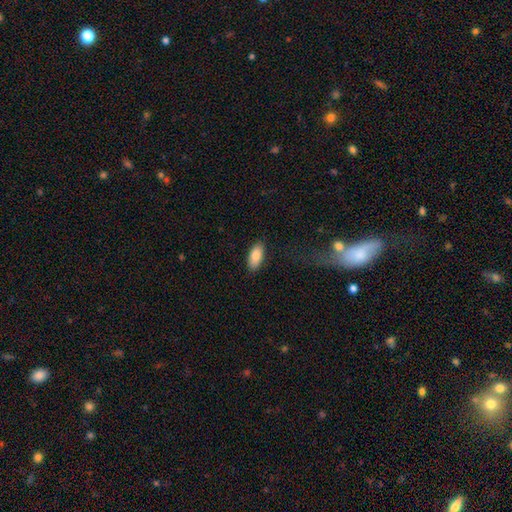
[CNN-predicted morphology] A smooth galaxy with no disk features (85%) that is in between round and cigar-shaped (90%).

Vote fractions:
- Smooth or featured? smooth: 85% / featured or disk: 8% / star or artifact: 6%
- How rounded? in between: 90% / cigar-shaped: 8% / round: 2%
- Merging? none: 86% / minor disturbance: 10% / major disturbance: 3% / merger: 1%